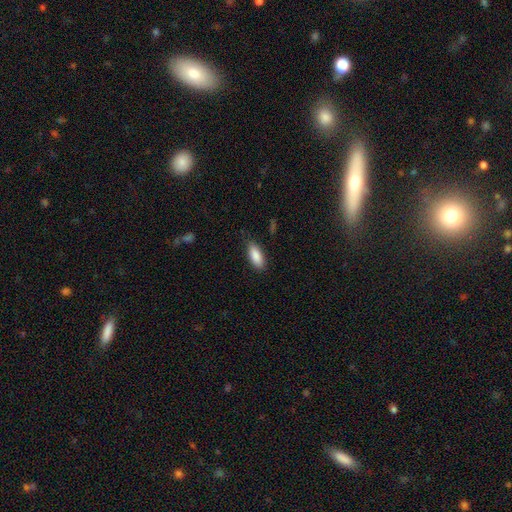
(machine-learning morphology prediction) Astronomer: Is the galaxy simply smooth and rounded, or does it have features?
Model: smooth — 88%.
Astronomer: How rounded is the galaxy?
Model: in between — 79%.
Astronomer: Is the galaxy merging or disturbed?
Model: none — 81%.